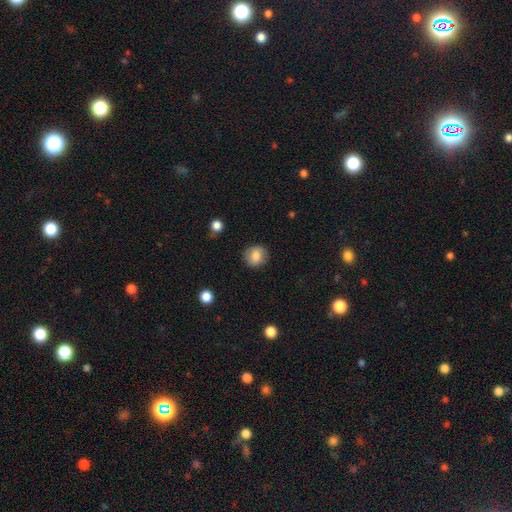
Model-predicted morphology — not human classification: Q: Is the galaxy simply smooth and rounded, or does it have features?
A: smooth — 76%.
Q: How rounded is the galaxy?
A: round — 82%.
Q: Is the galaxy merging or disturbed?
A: none — 84%.